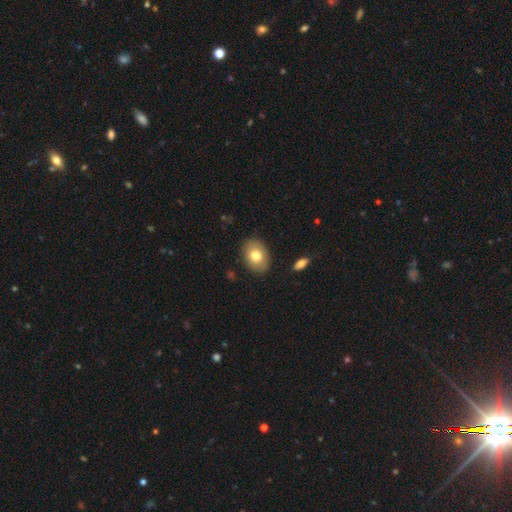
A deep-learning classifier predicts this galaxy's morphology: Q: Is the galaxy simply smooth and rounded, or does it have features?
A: smooth — 76%.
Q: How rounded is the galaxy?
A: in between — 75%.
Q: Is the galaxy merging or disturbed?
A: none — 87%.